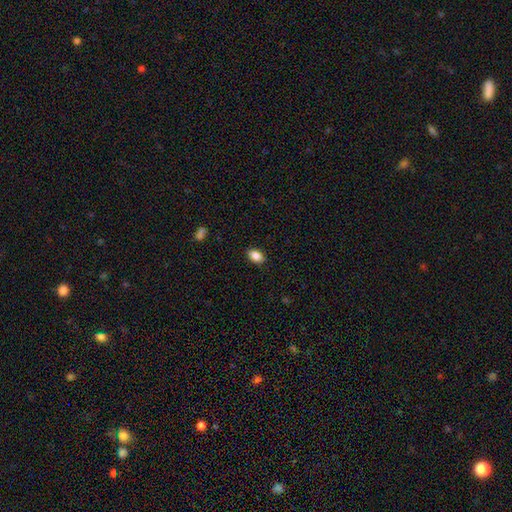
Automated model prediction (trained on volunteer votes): Smooth or featured?
  - smooth: 87% *
  - star or artifact: 8%
  - featured or disk: 4%
How rounded?
  - in between: 89% *
  - round: 10%
  - cigar-shaped: 2%
Merging?
  - none: 89% *
  - minor disturbance: 8%
  - major disturbance: 2%
  - merger: 1%